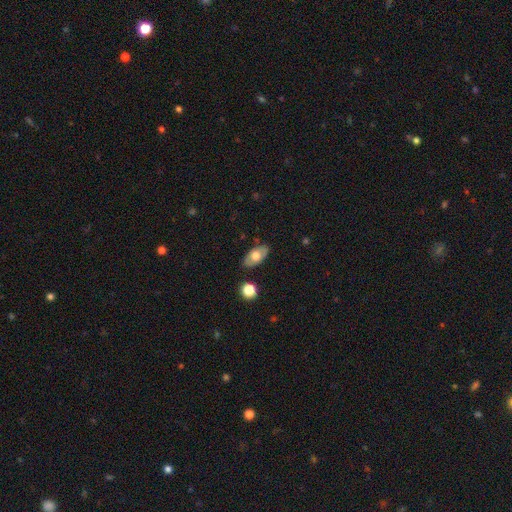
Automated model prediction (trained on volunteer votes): Morphology: type=smooth (60%); roundness=in between (91%); merging=none (83%).